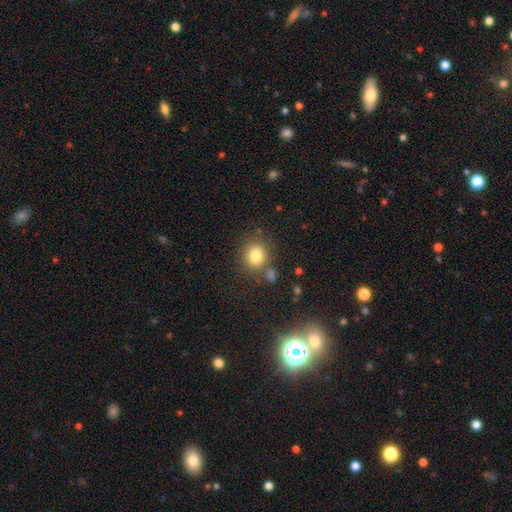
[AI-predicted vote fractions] The model was most divided on "how rounded": round: 75%, in between: 24%, cigar-shaped: 1%. More confident: smooth or featured — smooth (81%); merging — none (74%).